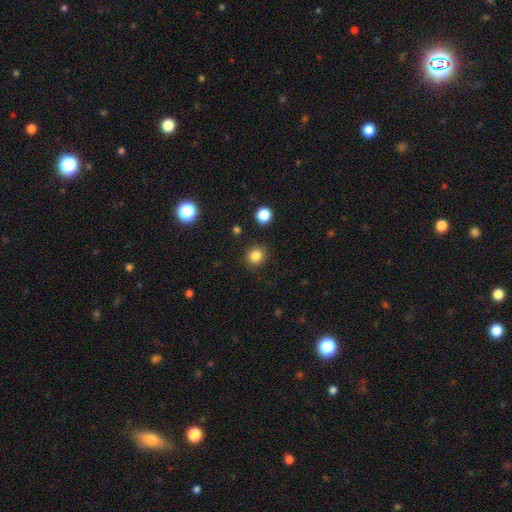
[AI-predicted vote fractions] Overall: smooth (84%). How rounded: round (84%). Merging: none (89%).